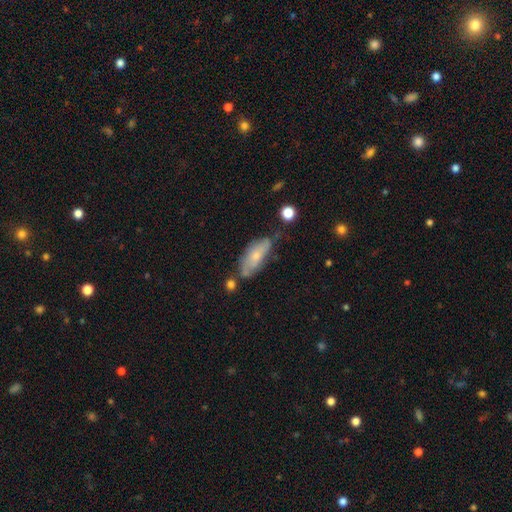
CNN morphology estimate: type=smooth (56%); roundness=in between (76%); merging=none (52%).